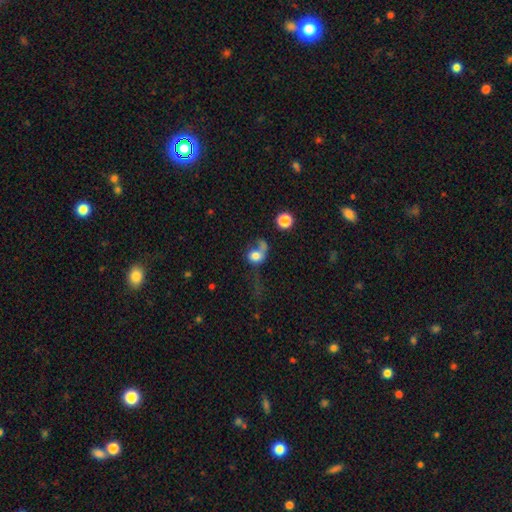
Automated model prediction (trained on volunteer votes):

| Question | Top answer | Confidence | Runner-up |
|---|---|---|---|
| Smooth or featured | smooth | 62% | featured or disk (26%) |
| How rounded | round | 60% | in between (37%) |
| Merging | major disturbance | 50% | none (20%) |